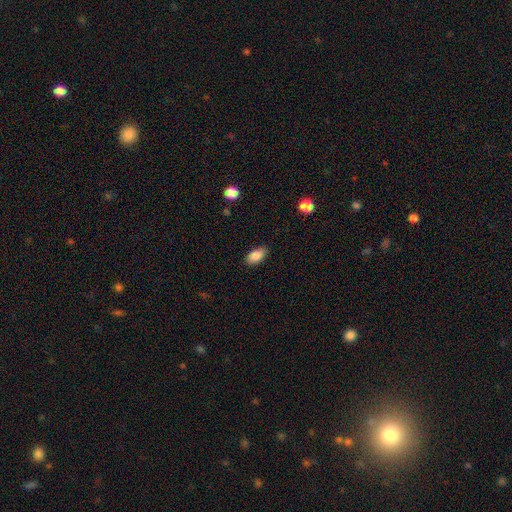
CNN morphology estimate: Smooth or featured?
  - smooth: 86% *
  - star or artifact: 7%
  - featured or disk: 7%
How rounded?
  - in between: 91% *
  - cigar-shaped: 5%
  - round: 4%
Merging?
  - none: 87% *
  - minor disturbance: 10%
  - major disturbance: 2%
  - merger: 1%